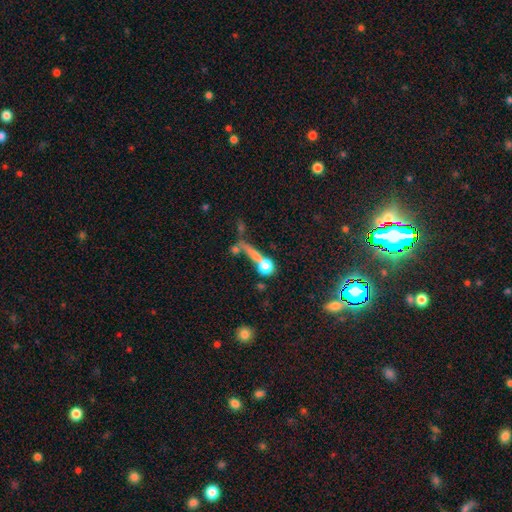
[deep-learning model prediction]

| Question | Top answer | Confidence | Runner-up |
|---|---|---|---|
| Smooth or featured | smooth | 59% | featured or disk (23%) |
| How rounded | round | 47% | cigar-shaped (36%) |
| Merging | none | 40% | merger (30%) |